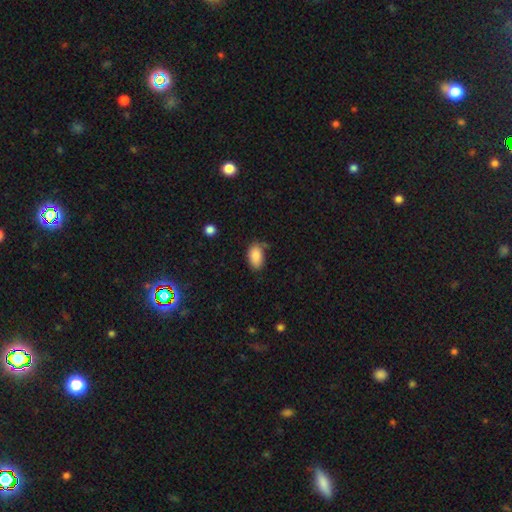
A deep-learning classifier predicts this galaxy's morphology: A smooth galaxy with no disk features (87%) that is in between round and cigar-shaped (93%).

Vote fractions:
- Smooth or featured? smooth: 87% / star or artifact: 8% / featured or disk: 5%
- How rounded? in between: 93% / round: 5% / cigar-shaped: 2%
- Merging? none: 66% / minor disturbance: 24% / major disturbance: 6% / merger: 4%